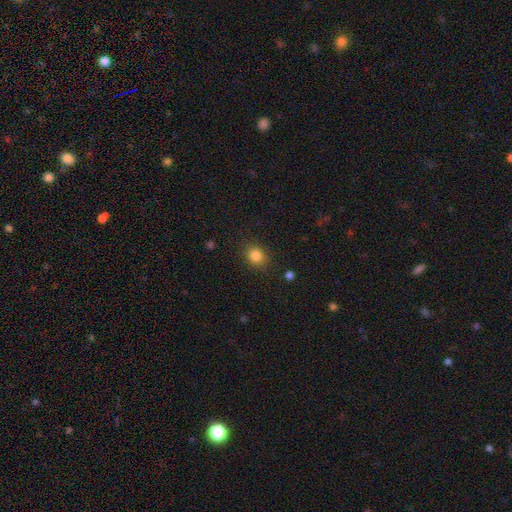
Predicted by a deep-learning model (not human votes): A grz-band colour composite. It shows a smooth galaxy with no disk features (84%) that is round (74%). Merging: none (87%).